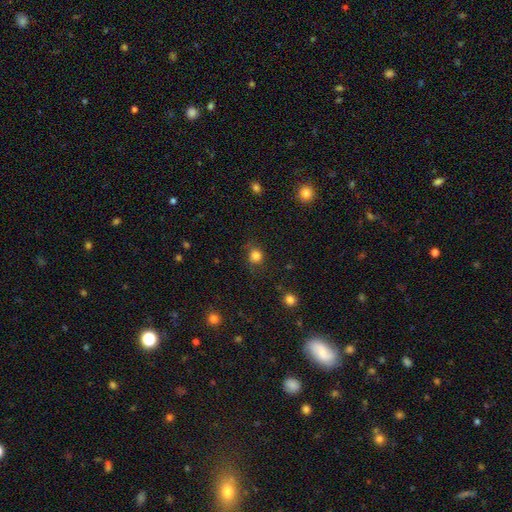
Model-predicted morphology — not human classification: This appears to be a smooth galaxy with no disk features (83%) that is round (84%). Merging: none (77%).